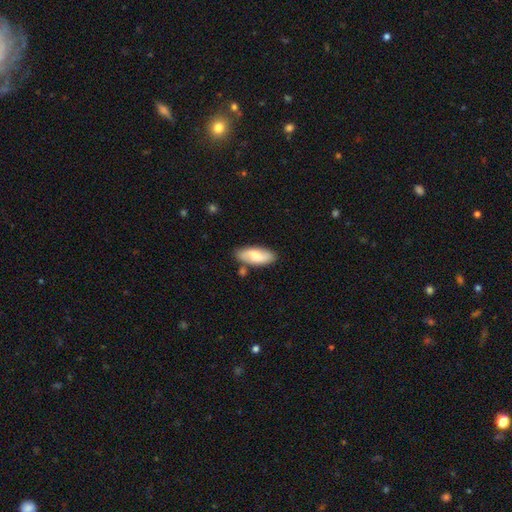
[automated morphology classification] A smooth galaxy with no disk features (52%) that is in between round and cigar-shaped (83%). Merging: none (78%).